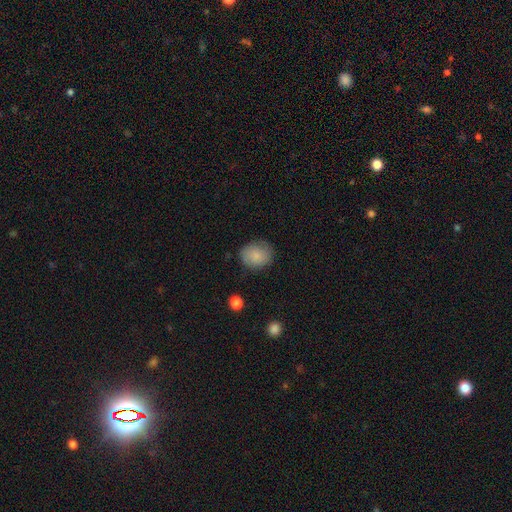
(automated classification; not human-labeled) Smooth or featured: smooth — 82% (featured or disk — 10%)
How rounded: round — 64% (in between — 35%)
Merging: none — 77% (minor disturbance — 17%)